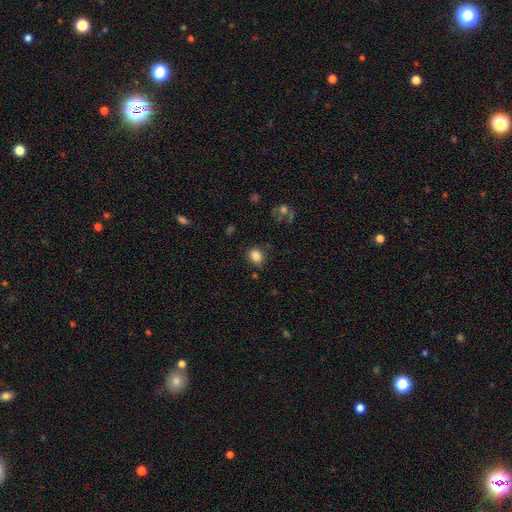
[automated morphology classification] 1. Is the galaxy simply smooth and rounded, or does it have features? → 84% smooth, 10% star or artifact, 5% featured or disk.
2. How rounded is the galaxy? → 58% round, 41% in between, 1% cigar-shaped.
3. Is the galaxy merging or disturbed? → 82% none, 12% minor disturbance, 4% major disturbance, 3% merger.